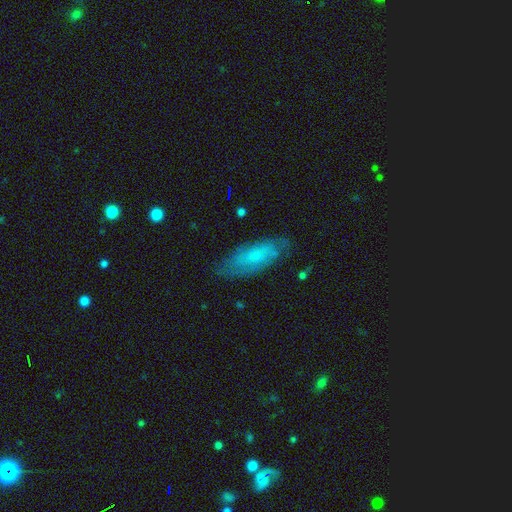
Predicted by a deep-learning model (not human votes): Q: Smooth or featured?
A: smooth (54%); runner-up: featured or disk (38%)
Q: How rounded?
A: in between (70%); runner-up: cigar-shaped (28%)
Q: Merging?
A: none (74%); runner-up: minor disturbance (20%)